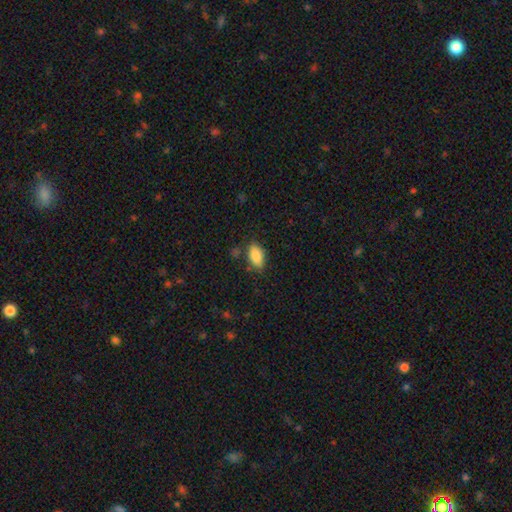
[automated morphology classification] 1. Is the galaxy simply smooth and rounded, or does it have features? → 86% smooth, 7% star or artifact, 7% featured or disk.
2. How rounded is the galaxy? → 91% in between, 5% cigar-shaped, 4% round.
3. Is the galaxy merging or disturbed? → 76% none, 17% minor disturbance, 4% merger, 4% major disturbance.